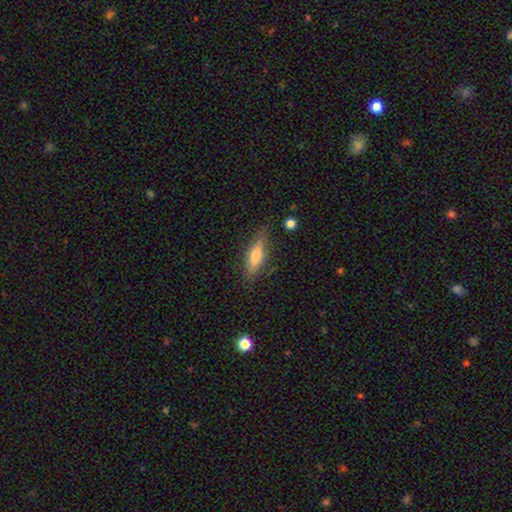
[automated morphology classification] Smooth or featured? smooth (66%)
How rounded? cigar-shaped (53%)
Merging? none (75%)